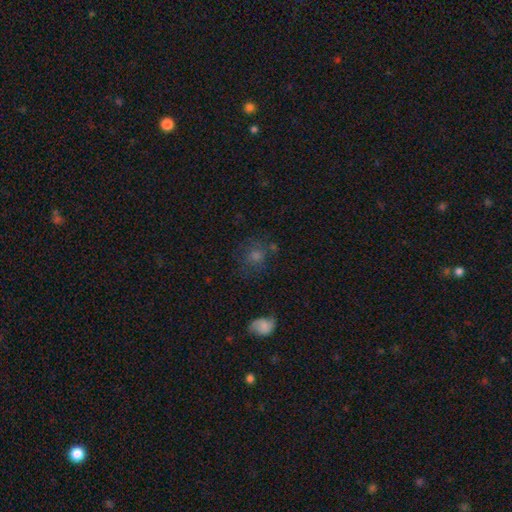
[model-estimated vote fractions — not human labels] Smooth or featured: smooth — 56% (star or artifact — 25%)
How rounded: round — 80% (in between — 19%)
Merging: none — 68% (minor disturbance — 17%)